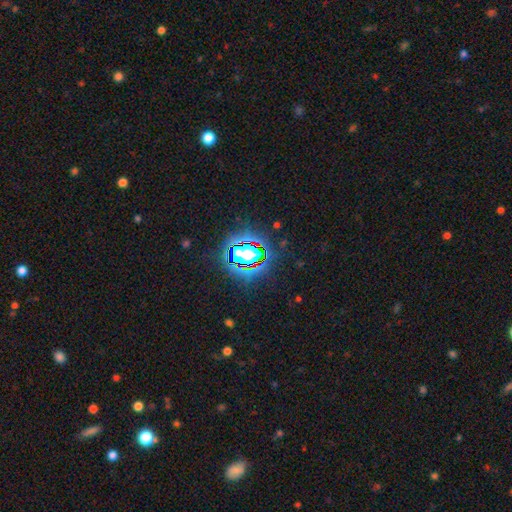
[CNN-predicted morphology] Smooth or featured?
  - star or artifact: 82% *
  - smooth: 11%
  - featured or disk: 8%